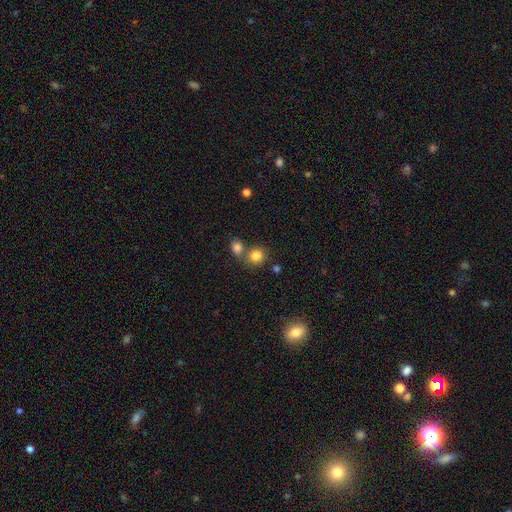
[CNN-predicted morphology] Smooth or featured? smooth (82%)
How rounded? round (81%)
Merging? none (56%)